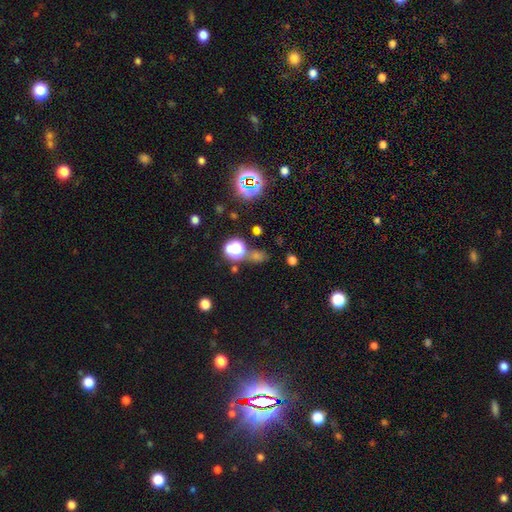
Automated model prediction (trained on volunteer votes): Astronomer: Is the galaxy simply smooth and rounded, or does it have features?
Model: star or artifact — 56% (runner-up: smooth, 35%).